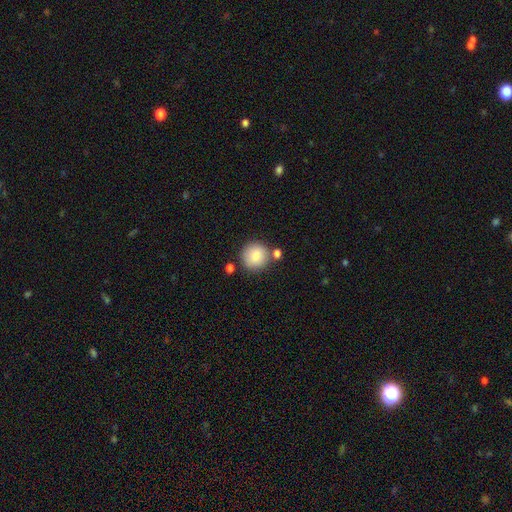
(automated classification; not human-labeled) smooth 82%, featured or disk 9%, star or artifact 8%. Down the decision tree: how rounded — round (92%); merging — none (74%).